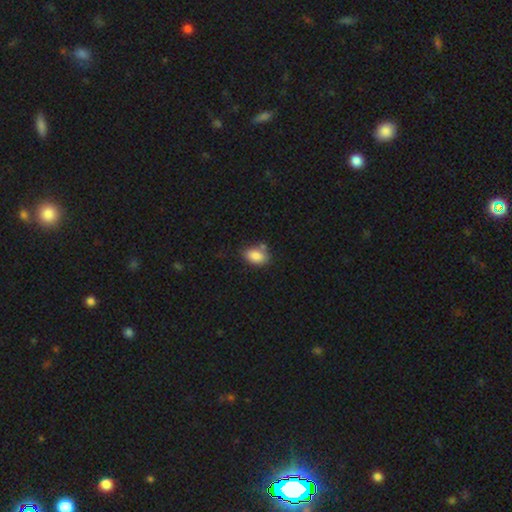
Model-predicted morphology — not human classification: Smooth or featured? smooth (85%)
How rounded? in between (86%)
Merging? none (66%)